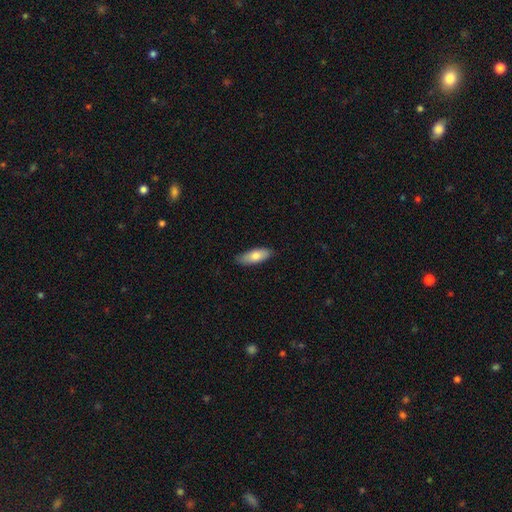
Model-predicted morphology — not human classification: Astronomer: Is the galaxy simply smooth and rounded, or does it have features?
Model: smooth — 76%.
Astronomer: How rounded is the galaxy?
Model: in between — 70%.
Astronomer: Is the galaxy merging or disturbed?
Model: none — 83%.